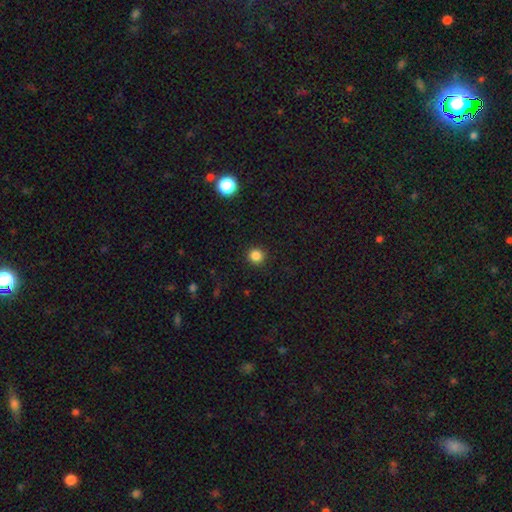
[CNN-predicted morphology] The model was most divided on "smooth or featured": smooth: 85%, star or artifact: 12%, featured or disk: 3%. More confident: how rounded — round (93%); merging — none (92%).